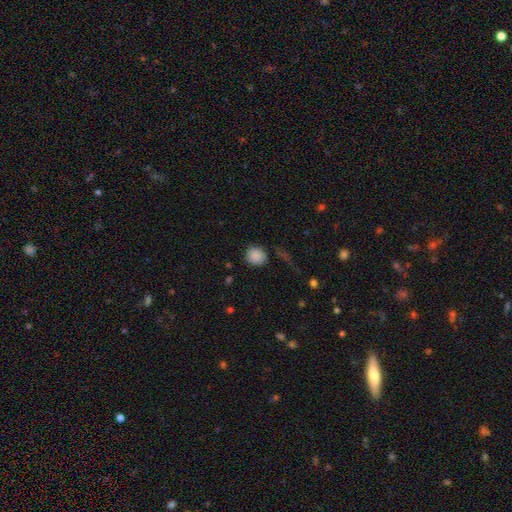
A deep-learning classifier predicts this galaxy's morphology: A smooth galaxy with no disk features (86%) that is round (85%). Merging: none (79%).